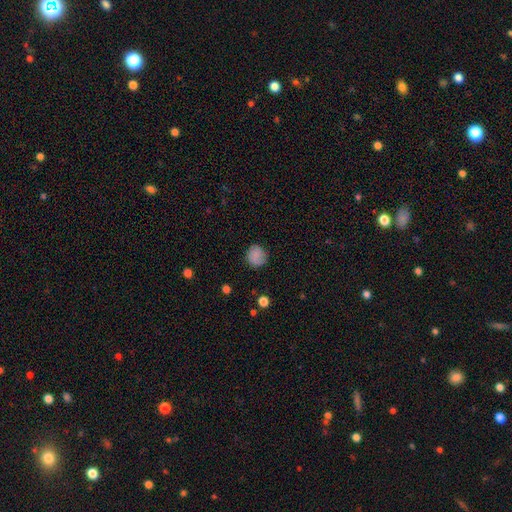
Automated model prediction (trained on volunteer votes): Overall: smooth (83%). How rounded: round (87%). Merging: none (78%).